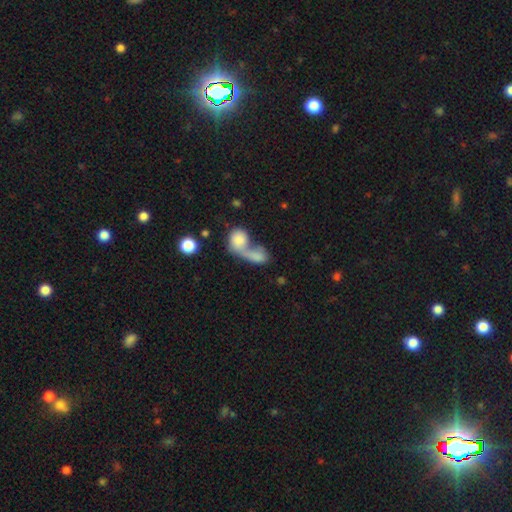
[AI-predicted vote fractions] Morphology: type=smooth (72%); roundness=in between (61%); merging=merger (68%).